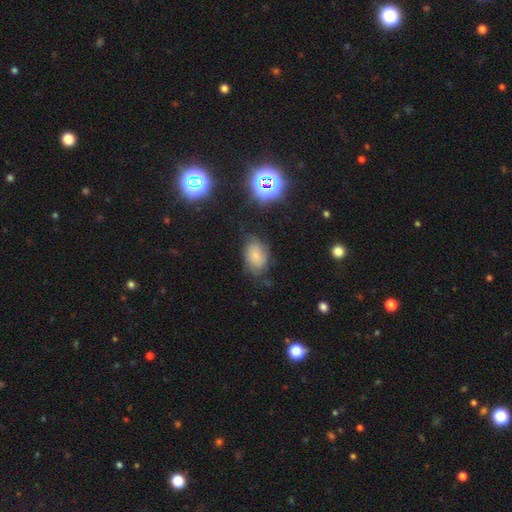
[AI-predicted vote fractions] smooth 56%, featured or disk 27%, star or artifact 17%. Down the decision tree: how rounded — in between (83%); merging — none (60%).